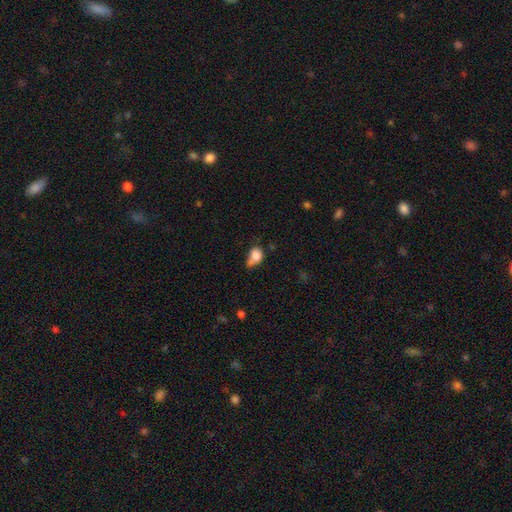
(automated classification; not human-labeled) Smooth or featured: smooth — 79% (featured or disk — 11%)
How rounded: in between — 62% (round — 37%)
Merging: minor disturbance — 41% (none — 29%)